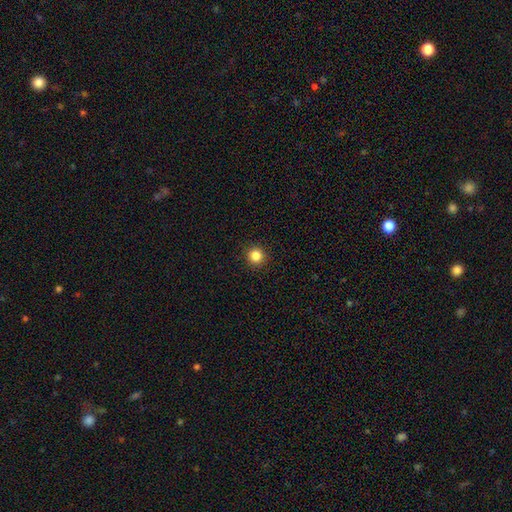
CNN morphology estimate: Smooth or featured: smooth — 84% (star or artifact — 12%)
How rounded: round — 95% (in between — 4%)
Merging: none — 93% (minor disturbance — 5%)